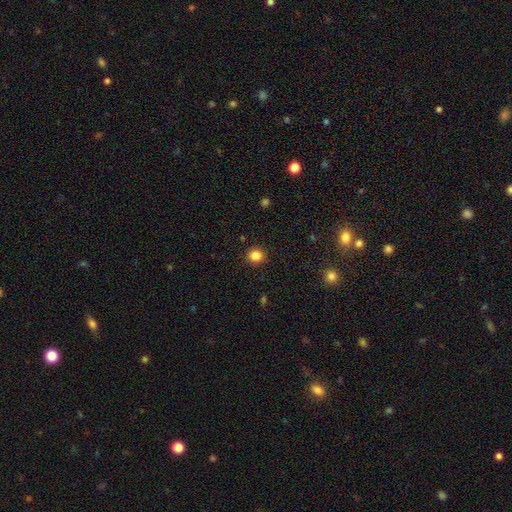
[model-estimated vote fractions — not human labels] smooth_or_featured: smooth (p=0.85) [alt: star or artifact p=0.11]
how_rounded: round (p=0.89) [alt: in between p=0.10]
merging: none (p=0.91) [alt: minor disturbance p=0.06]